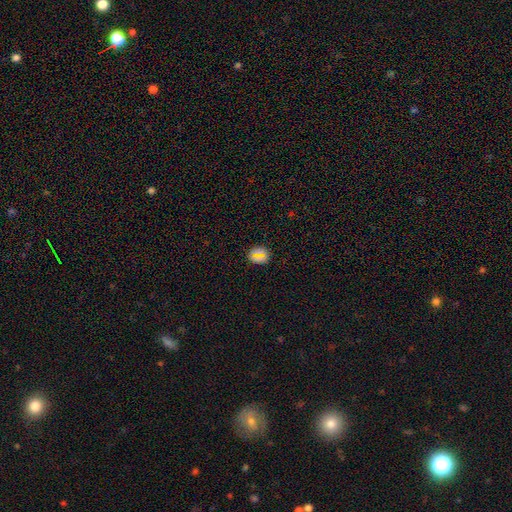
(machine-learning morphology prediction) This appears to be a smooth galaxy with no disk features (63%) that is round (66%). Merging: none (87%).